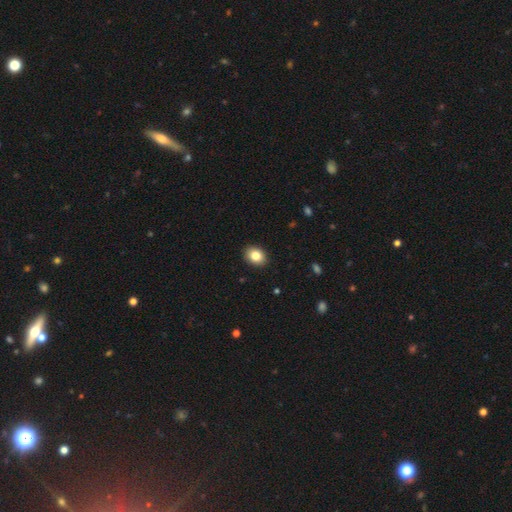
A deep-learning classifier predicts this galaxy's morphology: type=smooth (84%); roundness=in between (53%); merging=none (90%).